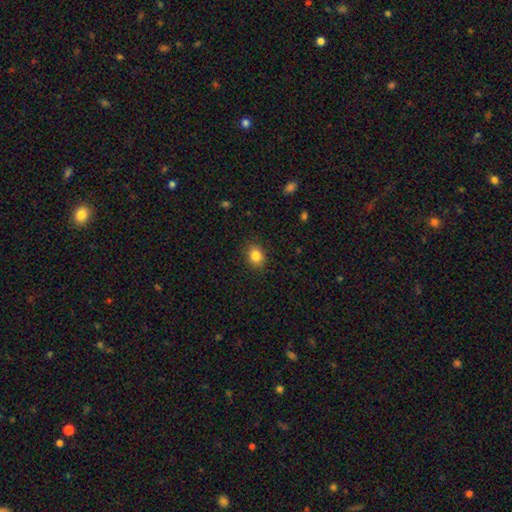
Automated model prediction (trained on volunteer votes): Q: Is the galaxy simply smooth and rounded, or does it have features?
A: smooth — 85%.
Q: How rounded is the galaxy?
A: round — 52%.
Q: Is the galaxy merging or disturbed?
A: none — 88%.